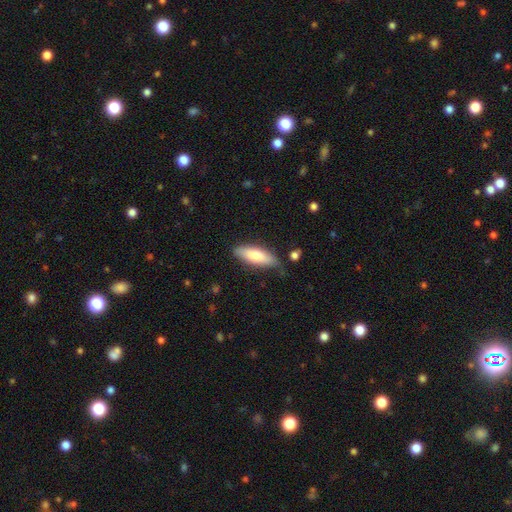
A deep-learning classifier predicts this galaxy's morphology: smooth-or-featured: smooth: 73% | featured or disk: 21% | star or artifact: 6%
  how-rounded: in between: 58% | cigar-shaped: 41% | round: 2%
  merging: none: 78% | minor disturbance: 17% | major disturbance: 3% | merger: 3%